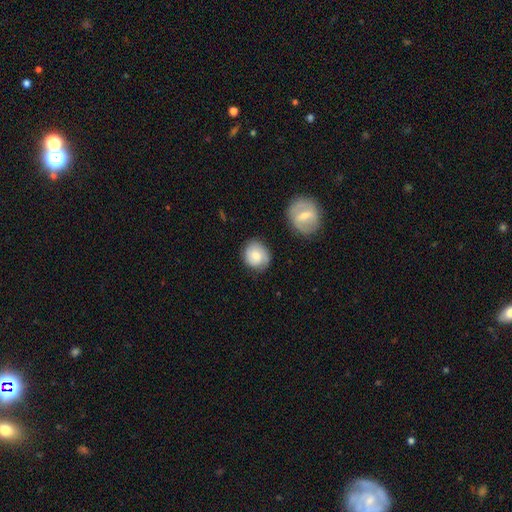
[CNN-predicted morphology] Smooth or featured?
  - smooth: 64% *
  - featured or disk: 29%
  - star or artifact: 7%
How rounded?
  - round: 73% *
  - in between: 26%
  - cigar-shaped: 1%
Merging?
  - none: 74% *
  - minor disturbance: 18%
  - major disturbance: 4%
  - merger: 3%